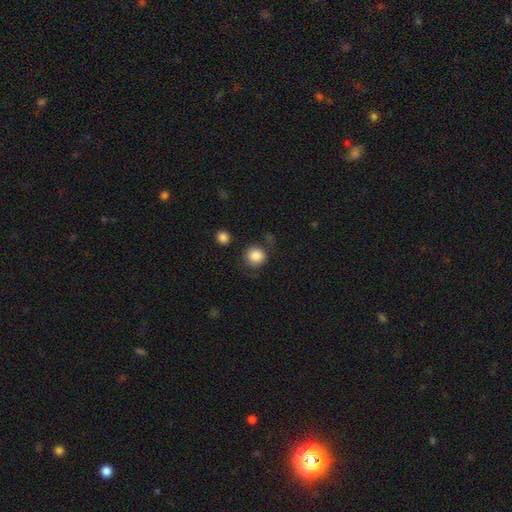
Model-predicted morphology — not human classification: This appears to be a smooth galaxy with no disk features (85%) that is round (89%). Merging: none (77%).